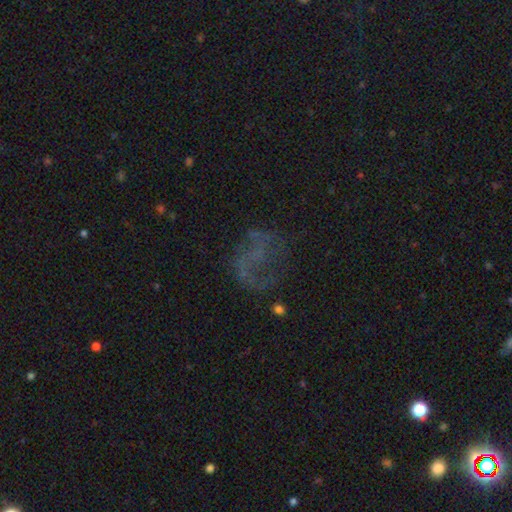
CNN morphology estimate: featured or disk 46%, star or artifact 30%, smooth 24%. Down the decision tree: merging — none (51%).